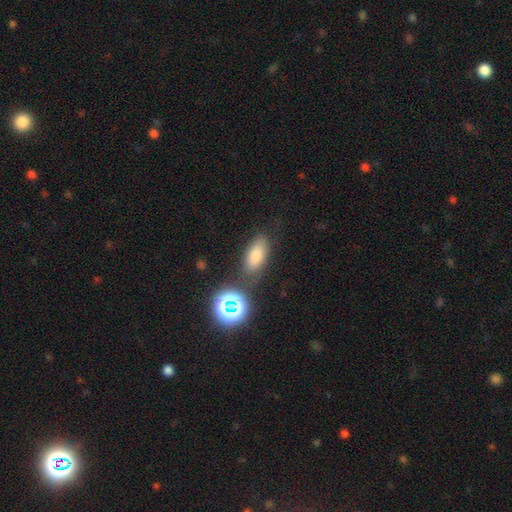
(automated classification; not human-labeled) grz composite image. It shows a smooth galaxy with no disk features (69%) that is in between round and cigar-shaped (79%). Merging: none (77%).